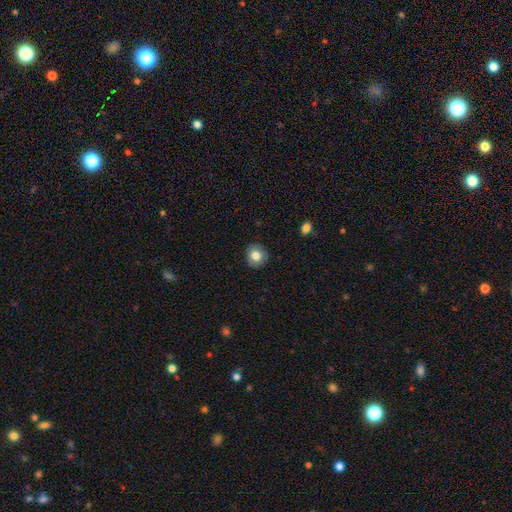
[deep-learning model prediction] Smooth or featured? Predicted: smooth (p=0.79). How rounded? Predicted: round (p=0.82). Merging? Predicted: none (p=0.87).